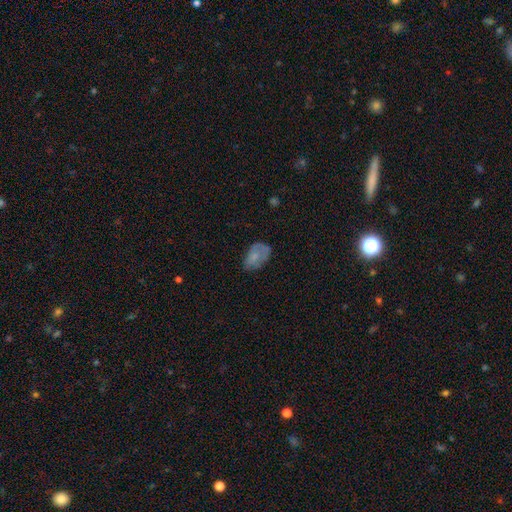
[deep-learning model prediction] A smooth galaxy with no disk features (68%) that is in between round and cigar-shaped (89%).

Vote fractions:
- Smooth or featured? smooth: 68% / featured or disk: 23% / star or artifact: 9%
- How rounded? in between: 89% / round: 10% / cigar-shaped: 2%
- Merging? none: 50% / minor disturbance: 32% / major disturbance: 16% / merger: 2%